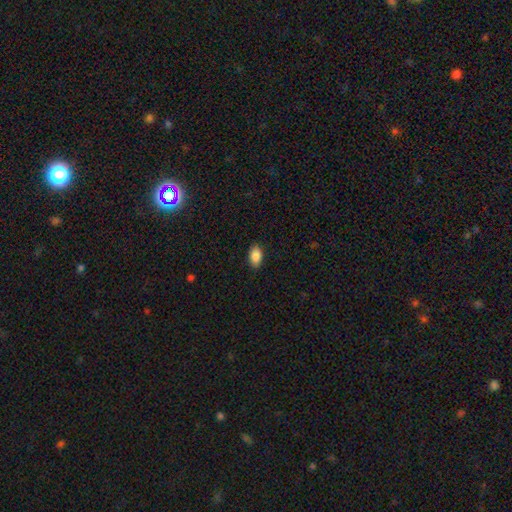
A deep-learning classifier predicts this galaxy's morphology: smooth_or_featured: smooth (p=0.89) [alt: star or artifact p=0.07]
how_rounded: in between (p=0.93) [alt: round p=0.06]
merging: none (p=0.88) [alt: minor disturbance p=0.09]